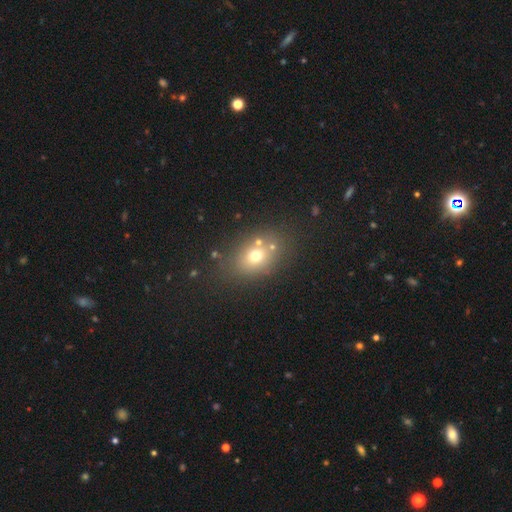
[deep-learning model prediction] Smooth or featured? Predicted: smooth (p=0.66). How rounded? Predicted: in between (p=0.59). Merging? Predicted: none (p=0.69).